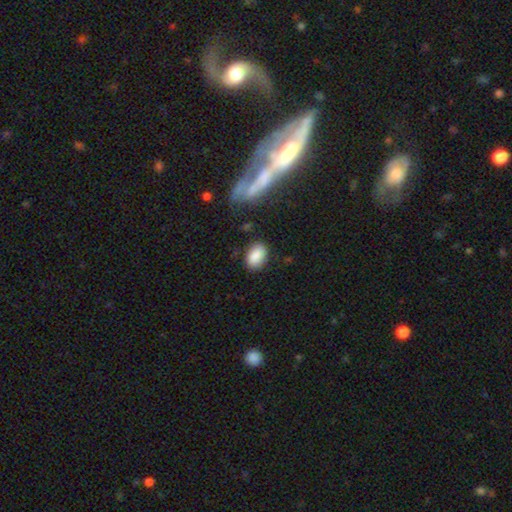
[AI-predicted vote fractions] smooth 87%, star or artifact 7%, featured or disk 5%. Down the decision tree: how rounded — in between (87%); merging — none (81%).